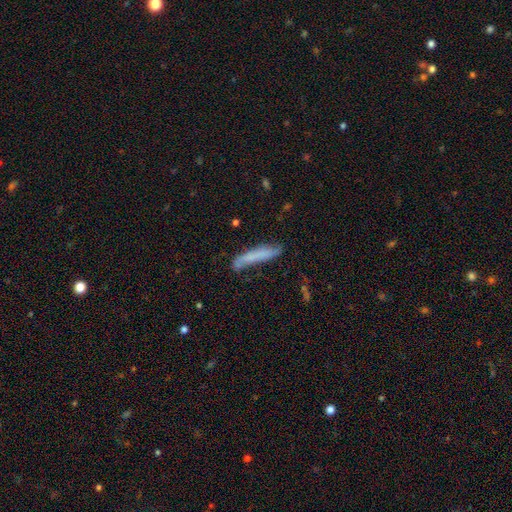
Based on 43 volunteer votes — This appears to be a smooth galaxy with no disk features (74%) that is cigar-shaped (94%). Merging: none (67%).